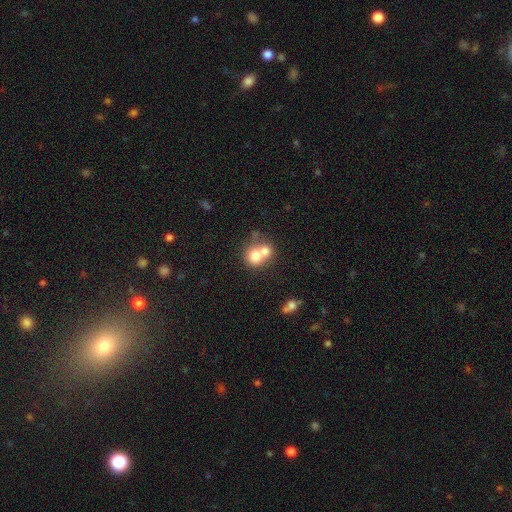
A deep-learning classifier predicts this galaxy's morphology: smooth_or_featured: smooth (p=0.71) [alt: featured or disk p=0.19]
how_rounded: round (p=0.77) [alt: in between p=0.23]
merging: merger (p=0.63) [alt: none p=0.27]